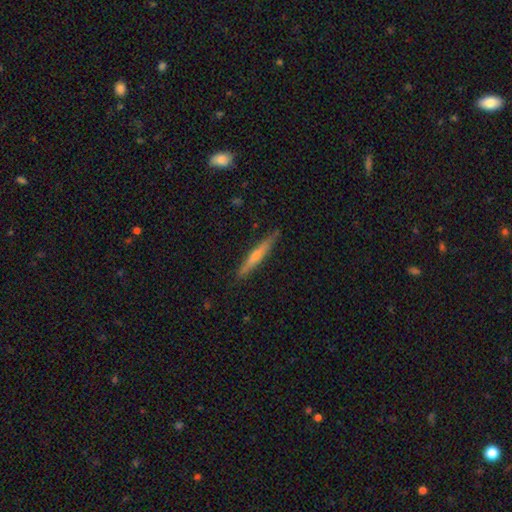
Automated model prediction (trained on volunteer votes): smooth-or-featured: featured or disk: 50% | smooth: 44% | star or artifact: 6%
  merging: none: 87% | minor disturbance: 10% | major disturbance: 2% | merger: 1%